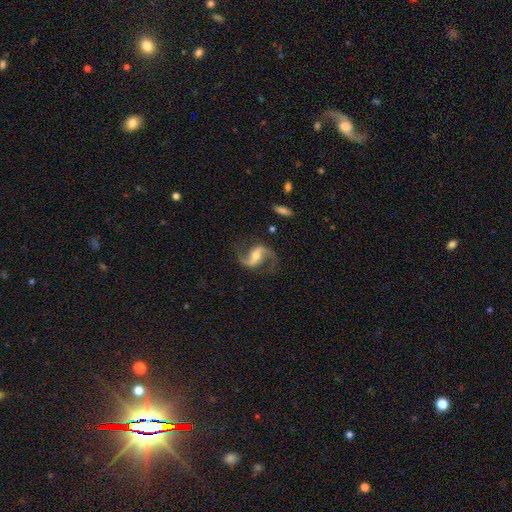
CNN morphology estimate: This appears to be a featured or disk galaxy (90%) with a weak bar (39%), 2 (93%) loose (57%) spiral arms (97%) and a moderate central bulge (58%). Merging: none (78%).